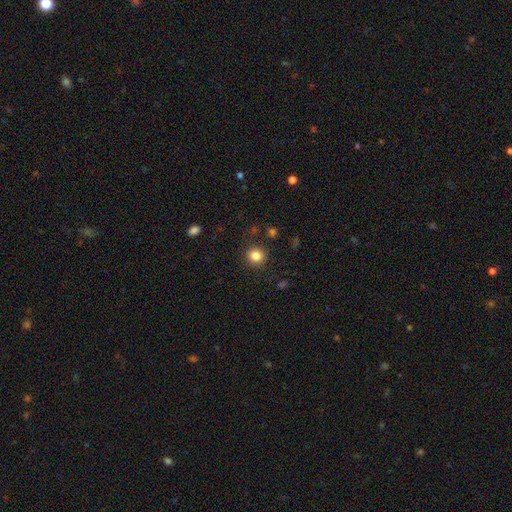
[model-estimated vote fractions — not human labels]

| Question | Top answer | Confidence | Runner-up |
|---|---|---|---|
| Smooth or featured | smooth | 84% | star or artifact (11%) |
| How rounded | round | 86% | in between (13%) |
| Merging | none | 89% | minor disturbance (7%) |